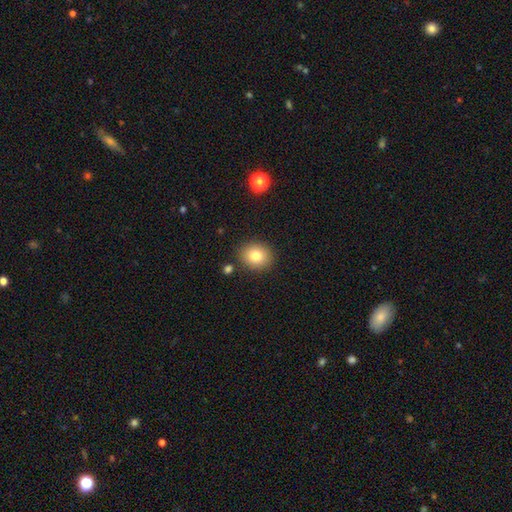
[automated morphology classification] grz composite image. It shows a smooth galaxy with no disk features (81%) that is round (70%). Merging: none (86%).